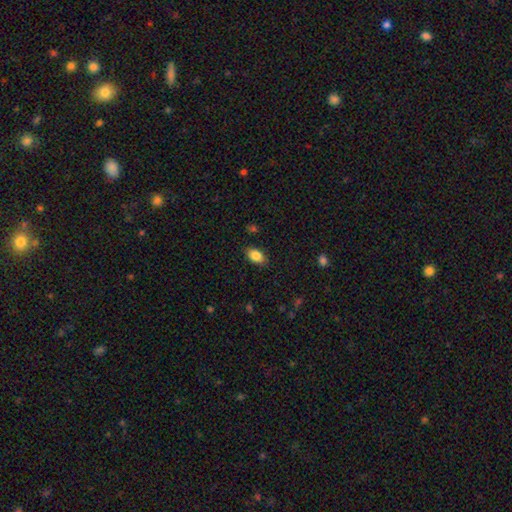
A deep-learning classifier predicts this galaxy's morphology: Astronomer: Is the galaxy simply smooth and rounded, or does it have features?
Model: smooth — 86%.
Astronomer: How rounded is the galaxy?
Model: in between — 87%.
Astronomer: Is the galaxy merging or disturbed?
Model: none — 85%.